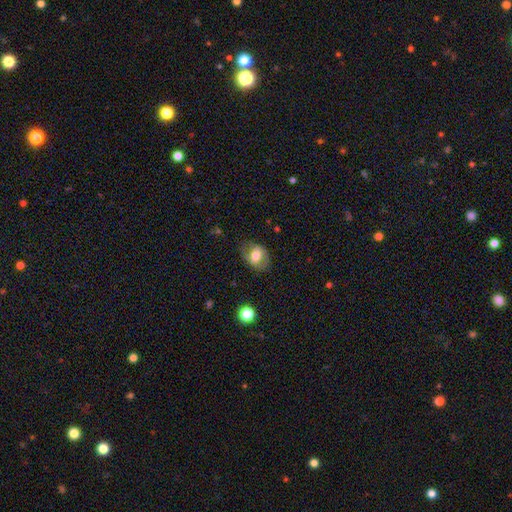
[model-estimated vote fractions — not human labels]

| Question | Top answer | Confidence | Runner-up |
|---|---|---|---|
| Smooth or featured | smooth | 58% | featured or disk (34%) |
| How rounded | in between | 69% | round (29%) |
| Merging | none | 73% | minor disturbance (18%) |